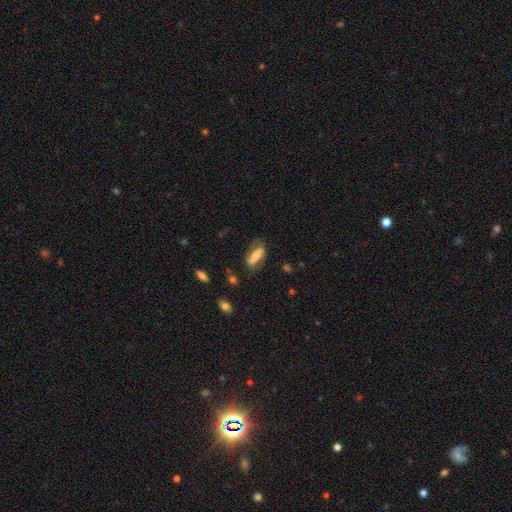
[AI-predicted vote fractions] This is possibly a featured or disk galaxy (57%). It is likely not viewed edge-on (77%). Merging: likely none (69%).